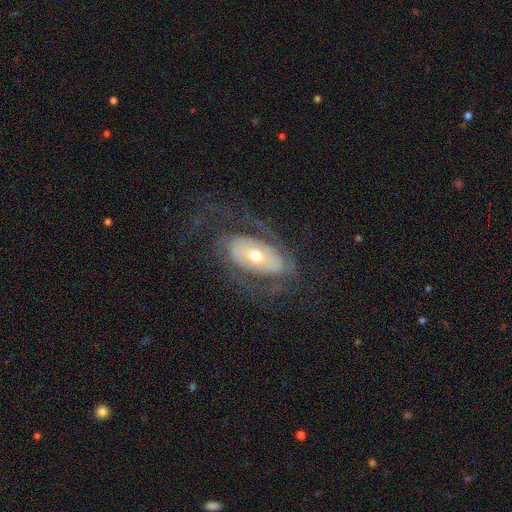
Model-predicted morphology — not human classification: A featured or disk galaxy (74%) with no bar (62%), spiral arms (72%) and a moderate central bulge (69%).

Vote fractions:
- Smooth or featured? featured or disk: 74% / smooth: 20% / star or artifact: 6%
- Edge-on disk? no: 92% / yes: 8%
- Bar? no: 62% / weak: 25% / strong: 13%
- Spiral arms? yes: 72% / no: 28%
- Bulge size? moderate: 69% / small: 18% / large: 10% / dominant: 1% / none: 1%
- Merging? none: 60% / major disturbance: 23% / minor disturbance: 16% / merger: 1%